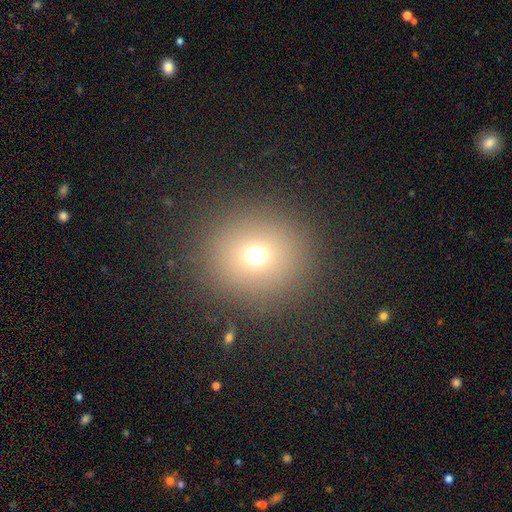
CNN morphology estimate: Smooth or featured: smooth — 67% (star or artifact — 22%)
How rounded: round — 87% (in between — 12%)
Merging: none — 87% (minor disturbance — 7%)